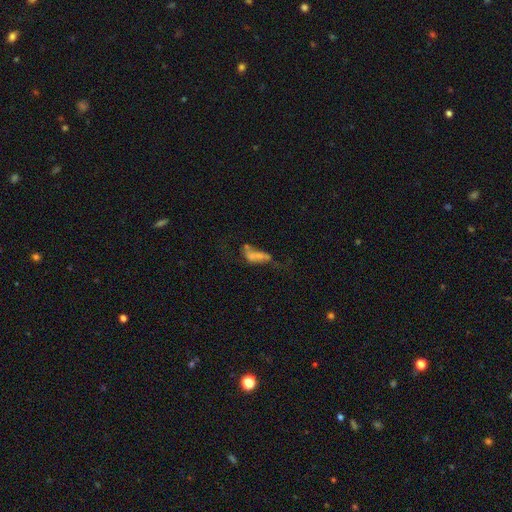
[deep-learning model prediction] smooth-or-featured: smooth: 46% | featured or disk: 39% | star or artifact: 15%
  merging: merger: 33% | major disturbance: 31% | none: 21% | minor disturbance: 15%